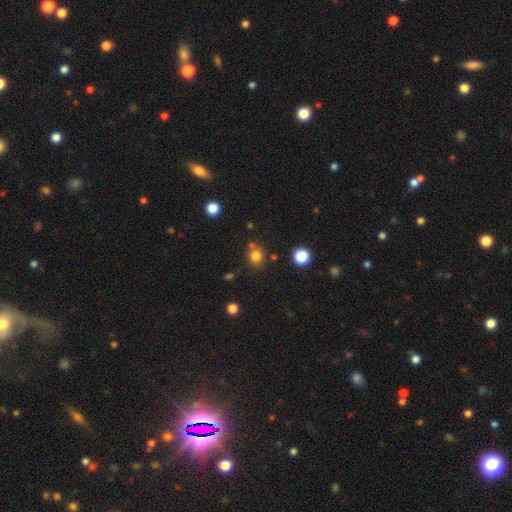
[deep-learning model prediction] A smooth galaxy with no disk features (79%) that is round (83%). Merging: none (73%).